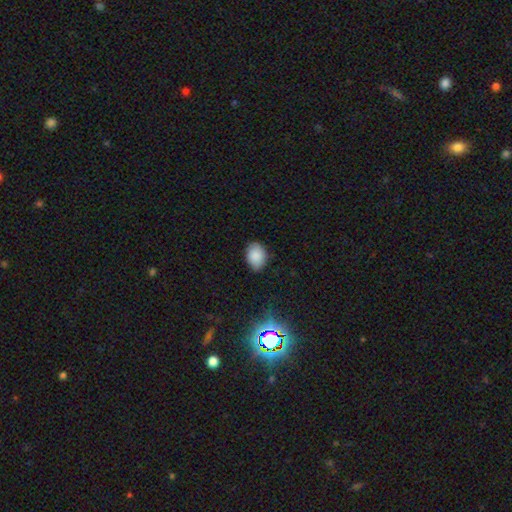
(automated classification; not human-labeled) Smooth or featured? Predicted: smooth (p=0.85). How rounded? Predicted: in between (p=0.75). Merging? Predicted: none (p=0.76).